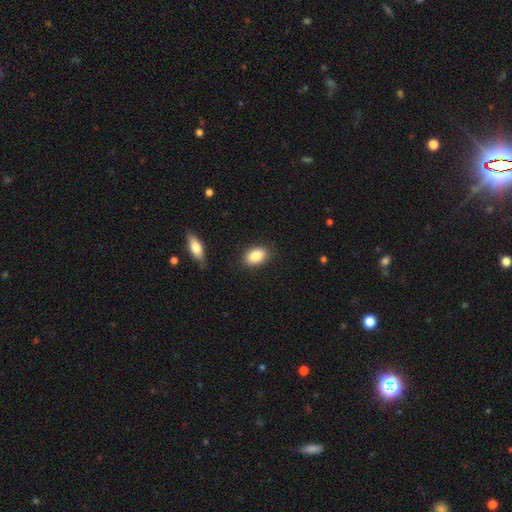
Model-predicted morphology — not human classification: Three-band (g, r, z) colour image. It shows a smooth galaxy with no disk features (86%) that is in between round and cigar-shaped (87%). Merging: none (86%).